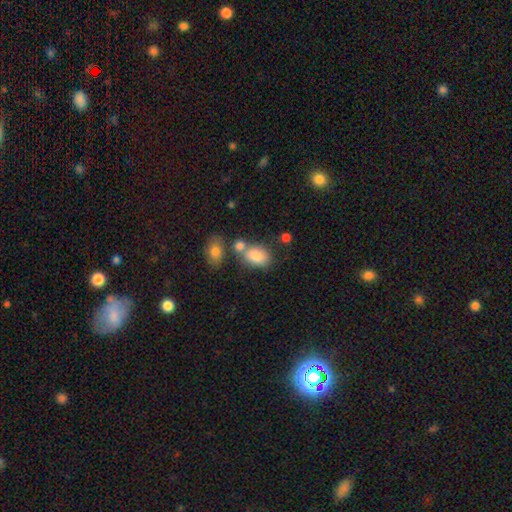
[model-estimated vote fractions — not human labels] The model was most divided on "merging": none: 51%, merger: 28%, minor disturbance: 16%, major disturbance: 6%. More confident: smooth or featured — smooth (83%); how rounded — in between (81%).